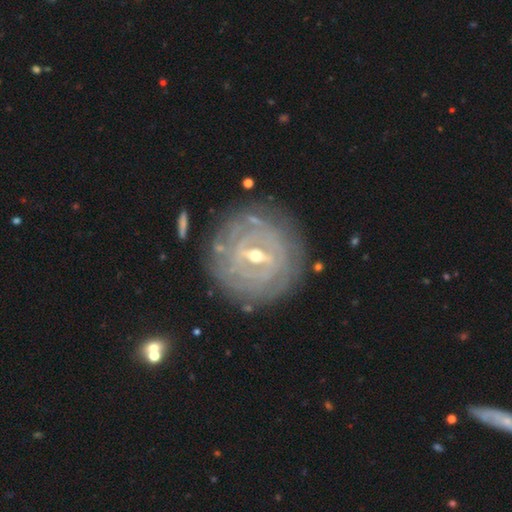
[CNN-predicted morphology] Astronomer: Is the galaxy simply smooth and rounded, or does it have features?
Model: featured or disk — 88%.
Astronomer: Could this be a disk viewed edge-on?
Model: no — 95%.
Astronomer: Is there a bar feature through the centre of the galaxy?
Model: strong — 48% (runner-up: weak, 41%).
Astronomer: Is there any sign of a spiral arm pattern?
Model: yes — 86%.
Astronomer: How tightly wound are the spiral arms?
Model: tight — 86%.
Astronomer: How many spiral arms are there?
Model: can't tell — 46%.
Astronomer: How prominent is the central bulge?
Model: moderate — 52% (runner-up: small, 44%).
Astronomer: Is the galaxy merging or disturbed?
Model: none — 83%.